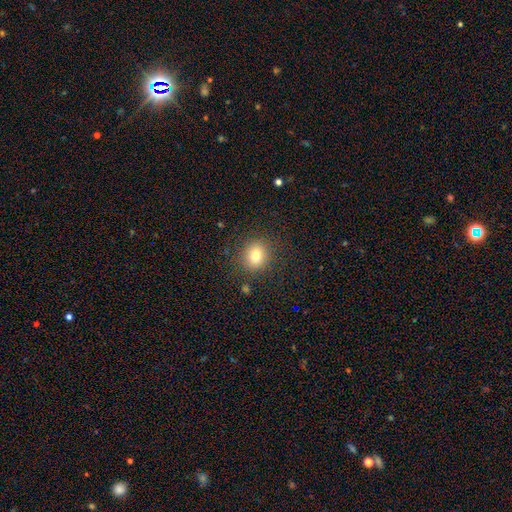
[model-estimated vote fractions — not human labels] A smooth galaxy with no disk features (77%) that is round (85%).

Vote fractions:
- Smooth or featured? smooth: 77% / star or artifact: 13% / featured or disk: 10%
- How rounded? round: 85% / in between: 14% / cigar-shaped: 1%
- Merging? none: 88% / minor disturbance: 8% / major disturbance: 3% / merger: 1%